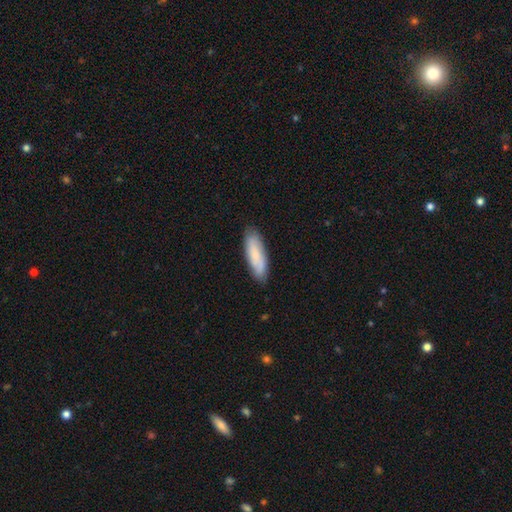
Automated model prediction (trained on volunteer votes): Morphology: type=smooth (72%); roundness=cigar-shaped (50%); merging=none (84%).